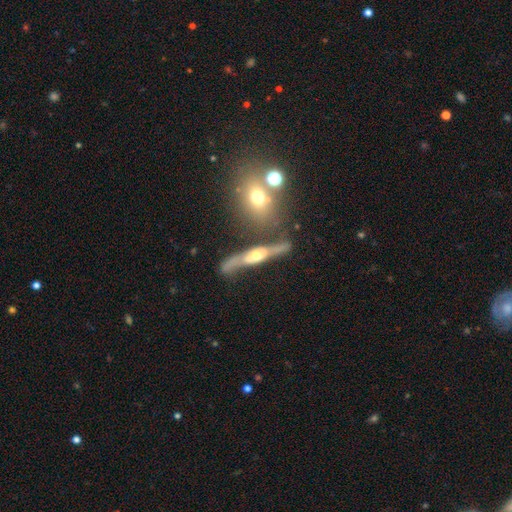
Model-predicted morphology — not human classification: Smooth or featured: featured or disk — 73% (smooth — 19%)
Edge-on disk: yes — 73% (no — 27%)
Edge-on bulge: rounded — 87% (boxy — 7%)
Merging: none — 55% (minor disturbance — 19%)